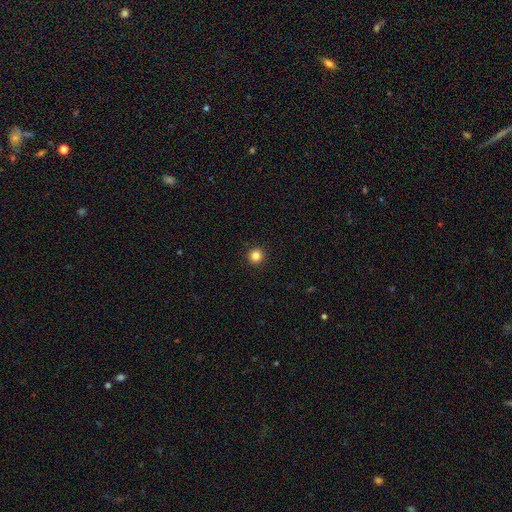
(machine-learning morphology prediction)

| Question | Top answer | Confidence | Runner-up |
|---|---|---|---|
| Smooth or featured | smooth | 84% | star or artifact (12%) |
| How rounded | round | 95% | in between (4%) |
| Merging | none | 93% | minor disturbance (4%) |